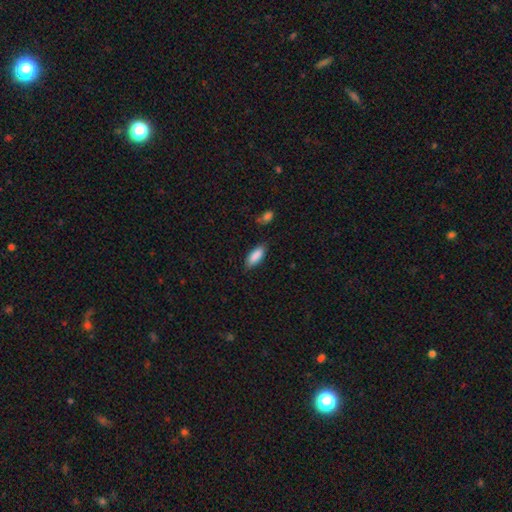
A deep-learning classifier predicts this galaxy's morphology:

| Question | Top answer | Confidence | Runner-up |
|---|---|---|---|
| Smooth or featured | smooth | 88% | star or artifact (6%) |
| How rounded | in between | 78% | cigar-shaped (20%) |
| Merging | none | 81% | minor disturbance (15%) |